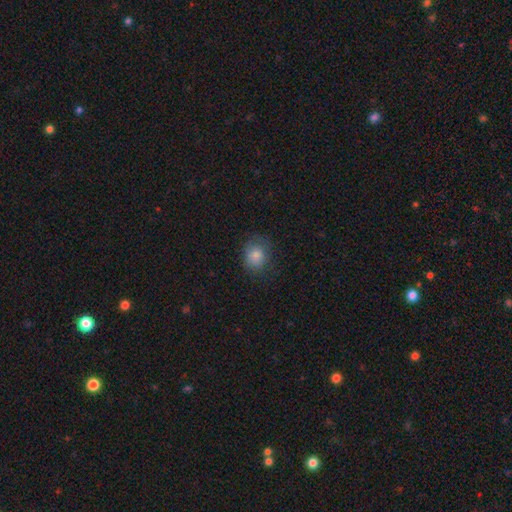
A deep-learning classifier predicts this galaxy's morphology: A smooth galaxy with no disk features (84%) that is round (63%). Merging: none (72%).